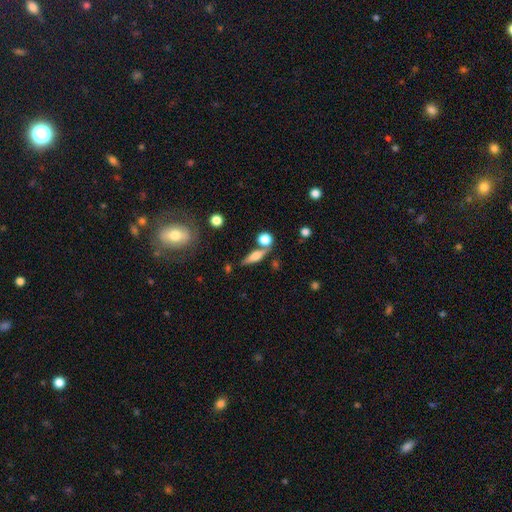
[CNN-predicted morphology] type=smooth (52%); roundness=cigar-shaped (52%); merging=none (68%).